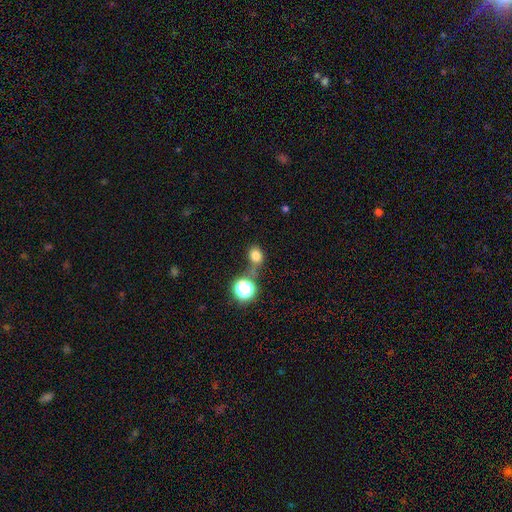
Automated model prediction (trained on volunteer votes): smooth_or_featured: smooth (p=0.76) [alt: star or artifact p=0.17]
how_rounded: round (p=0.55) [alt: in between p=0.44]
merging: none (p=0.60) [alt: minor disturbance p=0.17]